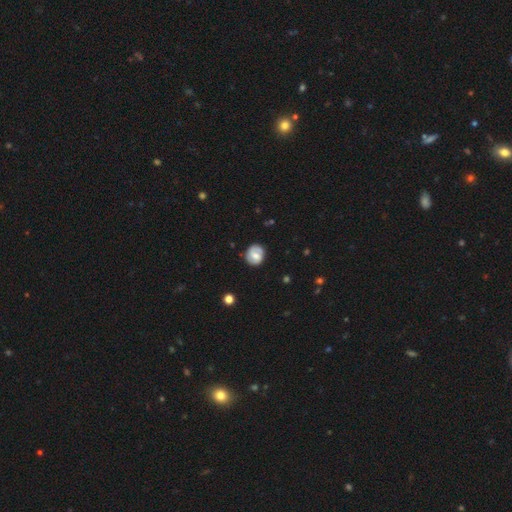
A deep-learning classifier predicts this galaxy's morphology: Q: Smooth or featured?
A: smooth (54%); runner-up: featured or disk (39%)
Q: How rounded?
A: round (79%); runner-up: in between (20%)
Q: Merging?
A: none (76%); runner-up: minor disturbance (18%)